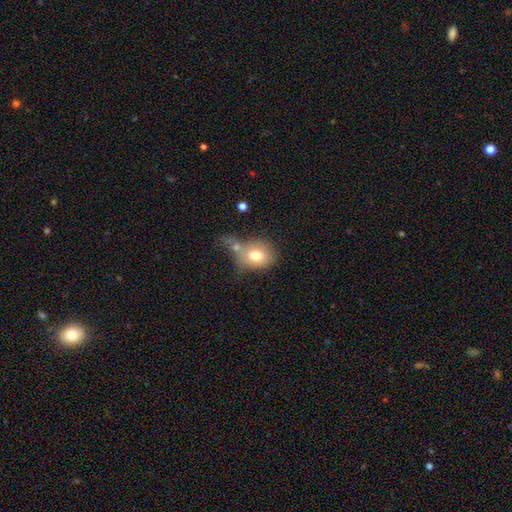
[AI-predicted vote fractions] This appears to be a smooth galaxy with no disk features (75%) that is round (57%). Merging: merger (34%, tied with none).